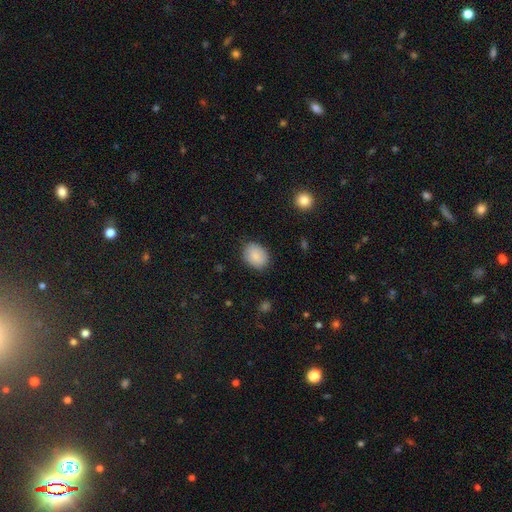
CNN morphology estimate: smooth_or_featured: smooth (p=0.86) [alt: star or artifact p=0.07]
how_rounded: in between (p=0.61) [alt: round p=0.38]
merging: none (p=0.82) [alt: minor disturbance p=0.14]